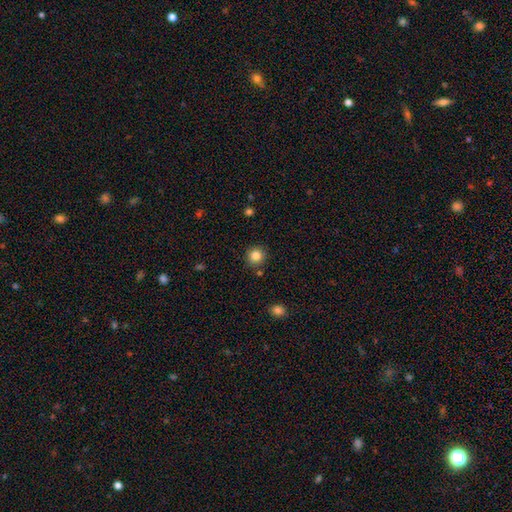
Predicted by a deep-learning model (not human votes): Smooth or featured? smooth (84%)
How rounded? round (94%)
Merging? none (88%)